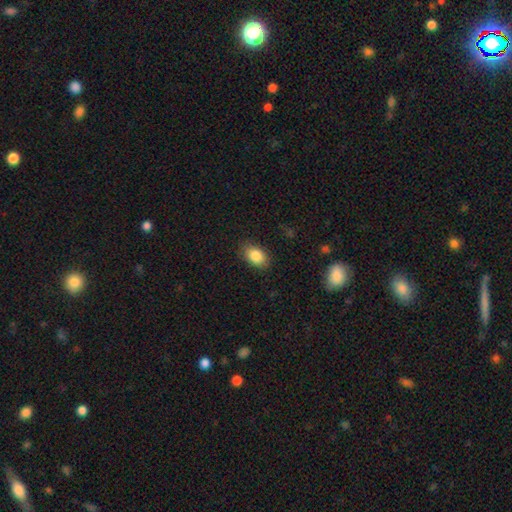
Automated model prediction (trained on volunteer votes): Smooth or featured?
  - smooth: 86% *
  - star or artifact: 8%
  - featured or disk: 6%
How rounded?
  - in between: 86% *
  - round: 13%
  - cigar-shaped: 1%
Merging?
  - none: 84% *
  - minor disturbance: 12%
  - major disturbance: 3%
  - merger: 1%